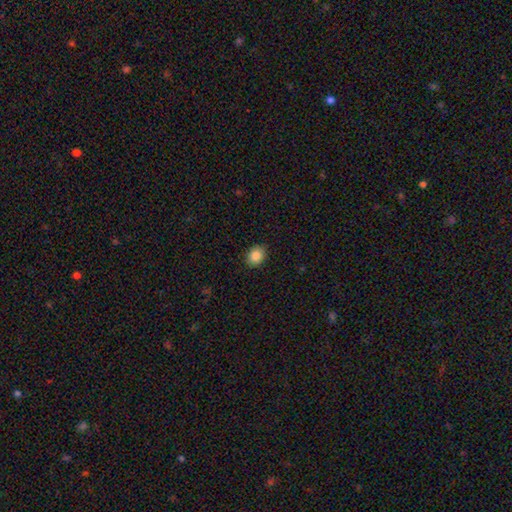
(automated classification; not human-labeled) This is clearly a smooth galaxy (85%). How rounded: possibly in between (55%). Merging: clearly none (89%).